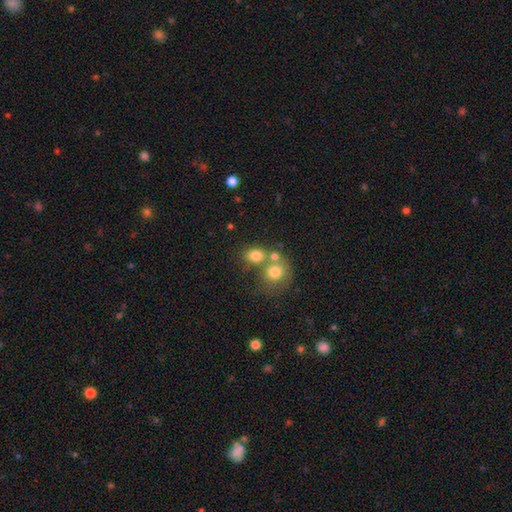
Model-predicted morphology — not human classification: A smooth galaxy with no disk features (77%) that is round (56%).

Vote fractions:
- Smooth or featured? smooth: 77% / star or artifact: 12% / featured or disk: 11%
- How rounded? round: 56% / in between: 43% / cigar-shaped: 1%
- Merging? none: 45% / merger: 40% / minor disturbance: 10% / major disturbance: 5%